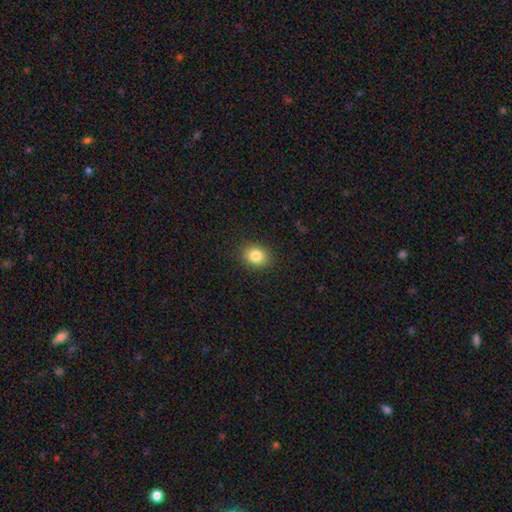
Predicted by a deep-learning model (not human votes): Smooth or featured? smooth (83%)
How rounded? round (53%)
Merging? none (89%)